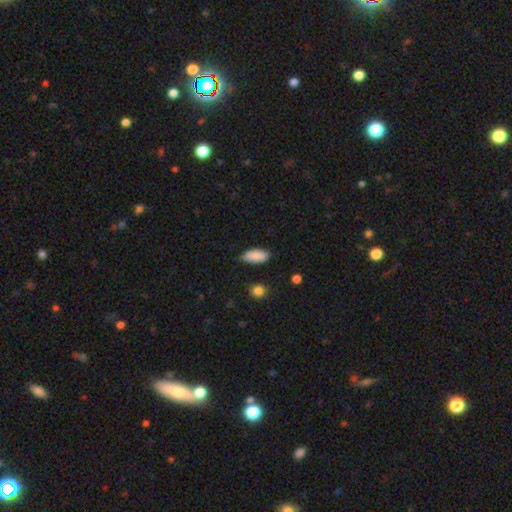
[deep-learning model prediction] Smooth or featured: smooth — 88% (star or artifact — 7%)
How rounded: in between — 85% (cigar-shaped — 13%)
Merging: none — 74% (minor disturbance — 21%)